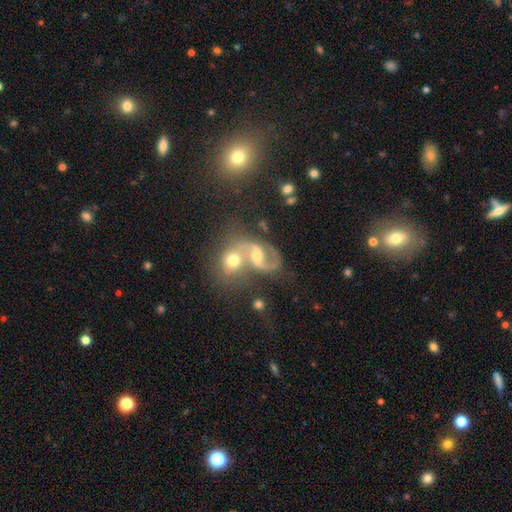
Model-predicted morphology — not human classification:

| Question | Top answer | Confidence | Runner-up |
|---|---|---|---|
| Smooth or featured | featured or disk | 76% | smooth (14%) |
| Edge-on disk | no | 97% | yes (3%) |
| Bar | weak | 44% | no (38%) |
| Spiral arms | yes | 91% | no (9%) |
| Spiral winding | medium | 47% | loose (41%) |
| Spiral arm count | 2 | 86% | 1 (8%) |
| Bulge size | moderate | 58% | small (31%) |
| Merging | merger | 54% | none (28%) |